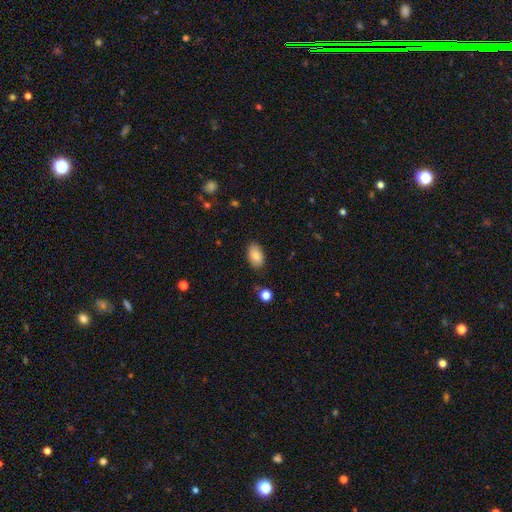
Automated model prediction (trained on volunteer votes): The model was most divided on "merging": none: 80%, minor disturbance: 15%, major disturbance: 3%, merger: 2%. More confident: how rounded — in between (92%); smooth or featured — smooth (82%).